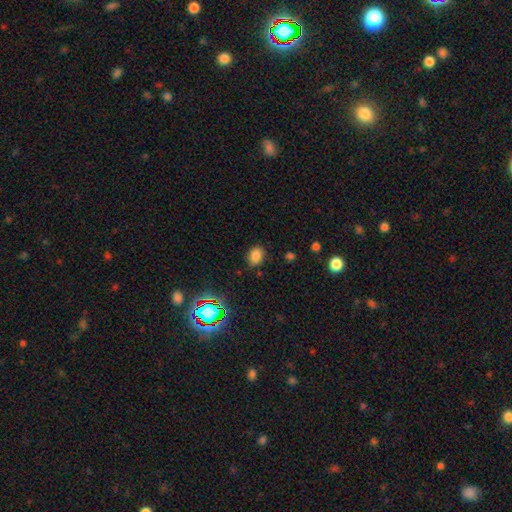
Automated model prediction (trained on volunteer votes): smooth-or-featured: smooth: 79% | star or artifact: 15% | featured or disk: 6%
  how-rounded: in between: 66% | round: 32% | cigar-shaped: 1%
  merging: none: 81% | minor disturbance: 14% | major disturbance: 4% | merger: 2%